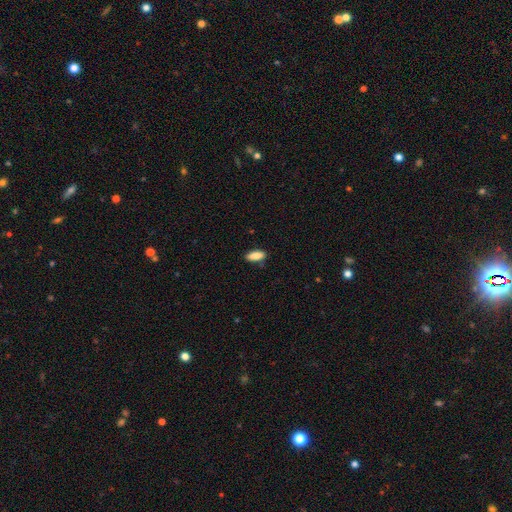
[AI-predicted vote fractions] A smooth galaxy with no disk features (87%) that is in between round and cigar-shaped (77%). Merging: none (85%).